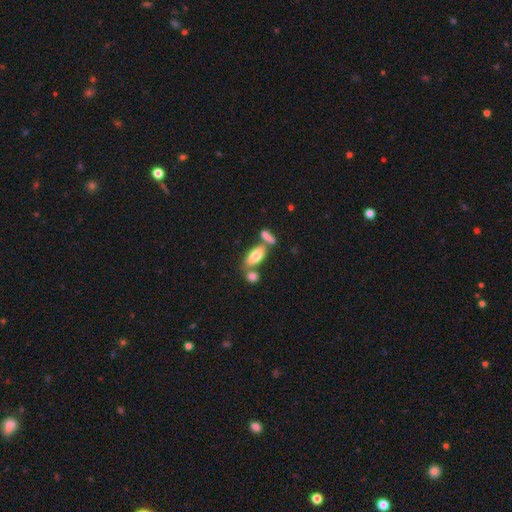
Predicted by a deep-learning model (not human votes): A smooth galaxy with no disk features (75%) that is in between round and cigar-shaped (82%).

Vote fractions:
- Smooth or featured? smooth: 75% / featured or disk: 18% / star or artifact: 7%
- How rounded? in between: 82% / cigar-shaped: 15% / round: 3%
- Merging? none: 50% / merger: 34% / minor disturbance: 12% / major disturbance: 4%